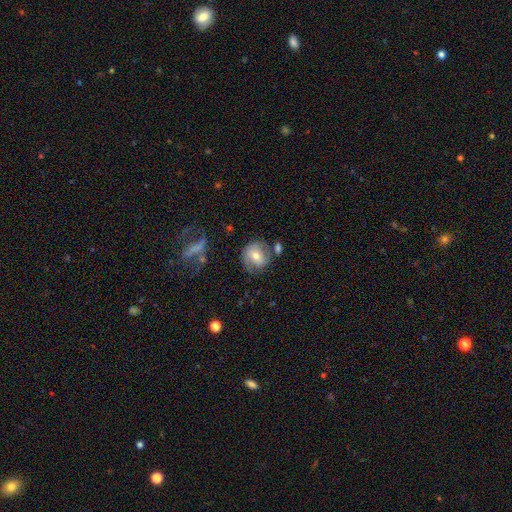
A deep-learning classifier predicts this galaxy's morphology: Smooth or featured? Predicted: featured or disk (p=0.52). Edge-on disk? Predicted: no (p=0.96). Merging? Predicted: none (p=0.57).